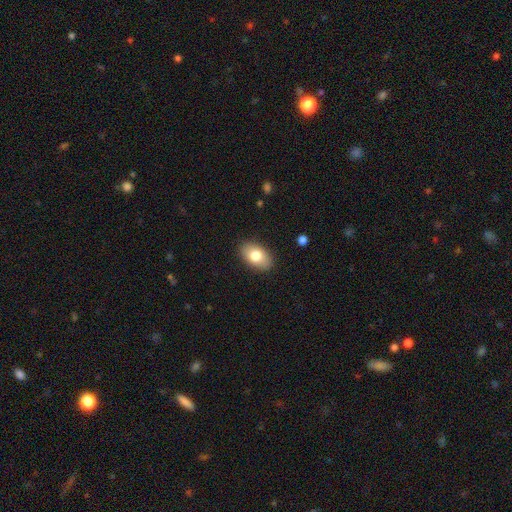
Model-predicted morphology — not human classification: Smooth or featured: smooth — 79% (featured or disk — 14%)
How rounded: in between — 91% (round — 8%)
Merging: none — 88% (minor disturbance — 9%)